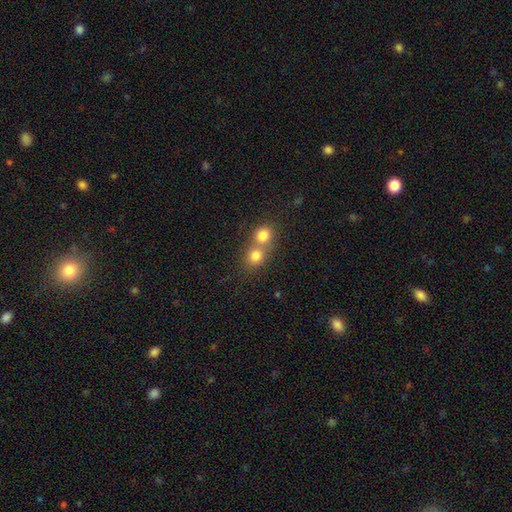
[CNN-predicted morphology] Smooth or featured? Predicted: smooth (p=0.79). How rounded? Predicted: round (p=0.80). Merging? Predicted: merger (p=0.59).